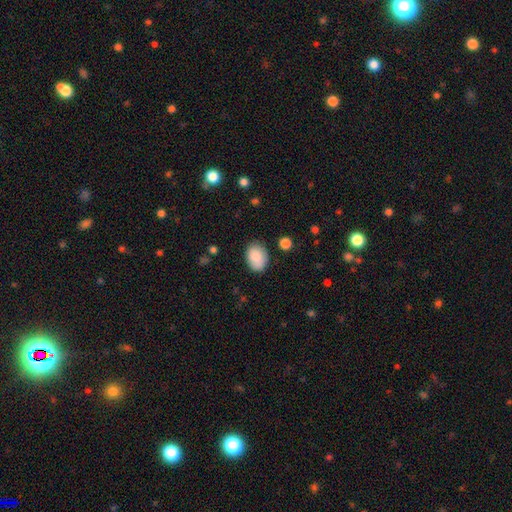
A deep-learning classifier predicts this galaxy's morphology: Overall: smooth (87%). How rounded: in between (80%). Merging: none (80%).